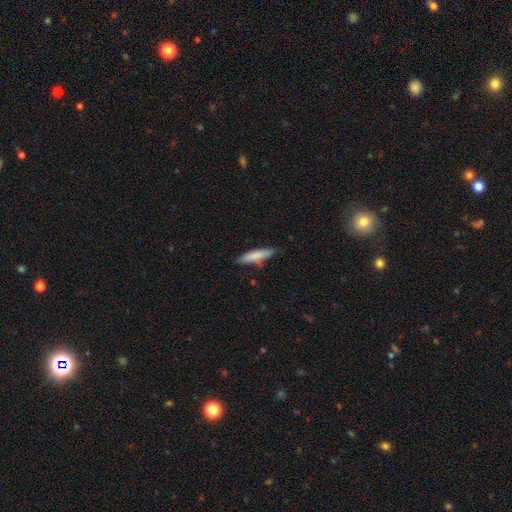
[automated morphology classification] Overall: smooth (81%). How rounded: cigar-shaped (79%). Merging: none (79%).